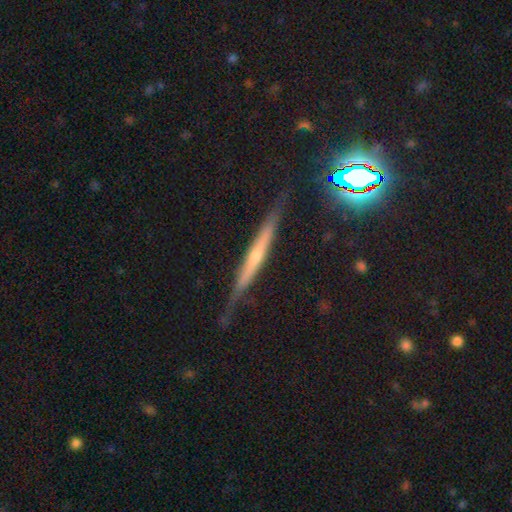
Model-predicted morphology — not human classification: A featured or disk galaxy (65%) viewed edge-on (95%) with a rounded central bulge (55%). Merging: none (79%).